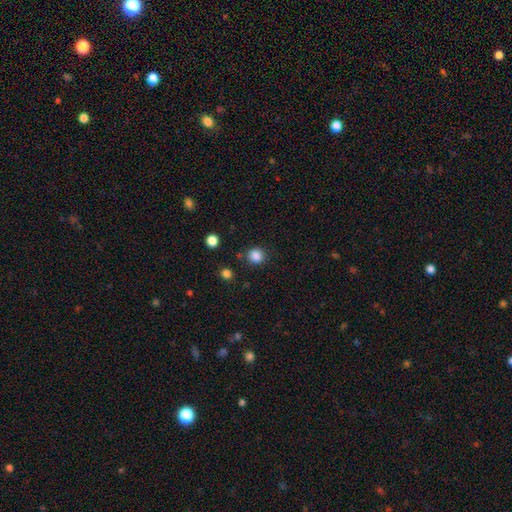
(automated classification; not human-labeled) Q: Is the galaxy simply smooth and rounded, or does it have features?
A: smooth — 85%.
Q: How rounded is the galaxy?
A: round — 83%.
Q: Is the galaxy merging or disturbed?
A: none — 83%.